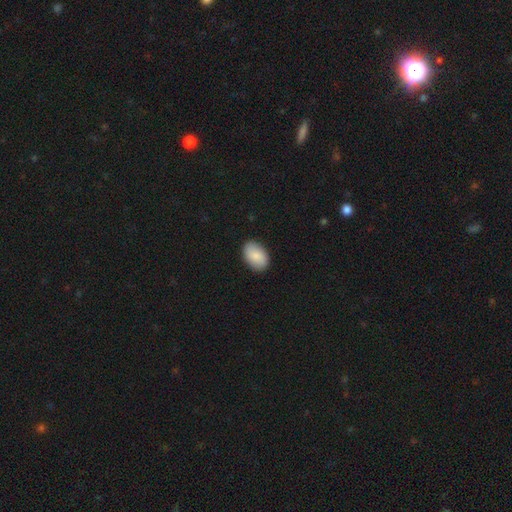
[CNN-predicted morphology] Q: Smooth or featured?
A: smooth (85%); runner-up: featured or disk (9%)
Q: How rounded?
A: in between (89%); runner-up: round (10%)
Q: Merging?
A: none (87%); runner-up: minor disturbance (10%)